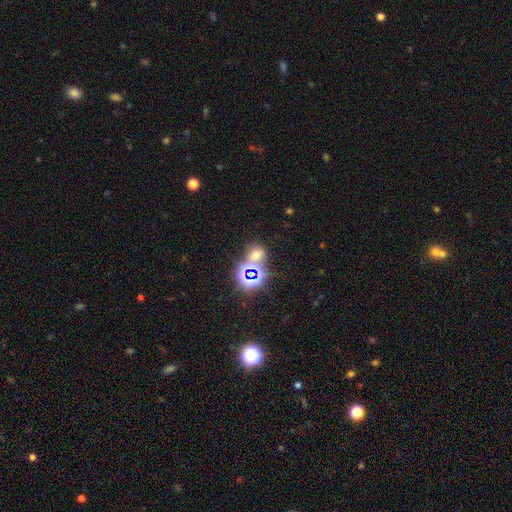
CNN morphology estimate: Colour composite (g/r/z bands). It shows a star or artifact, not a galaxy (49%).